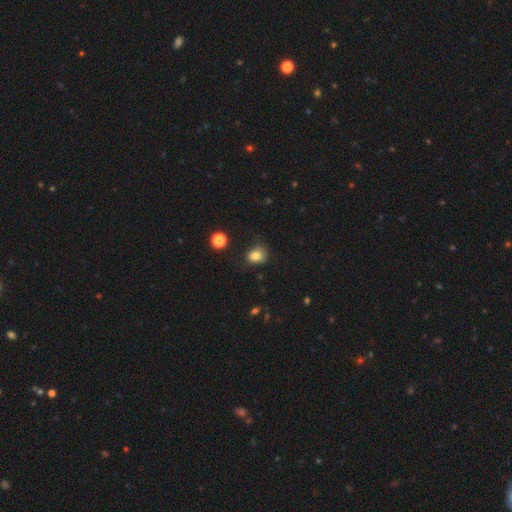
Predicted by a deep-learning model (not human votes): smooth_or_featured: smooth (p=0.80) [alt: star or artifact p=0.12]
how_rounded: round (p=0.59) [alt: in between p=0.41]
merging: none (p=0.62) [alt: minor disturbance p=0.28]